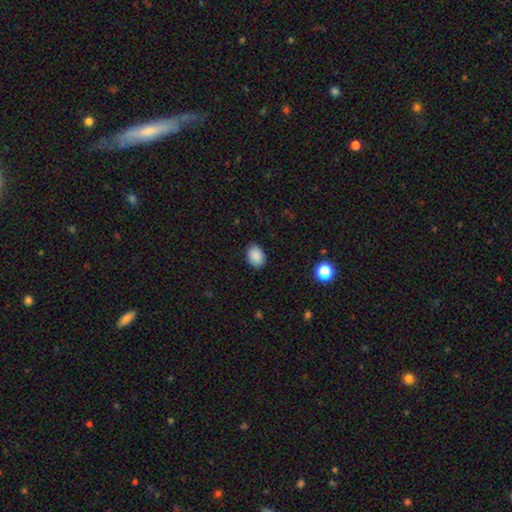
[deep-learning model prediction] smooth_or_featured: smooth (p=0.88) [alt: star or artifact p=0.08]
how_rounded: in between (p=0.66) [alt: round p=0.33]
merging: none (p=0.88) [alt: minor disturbance p=0.09]